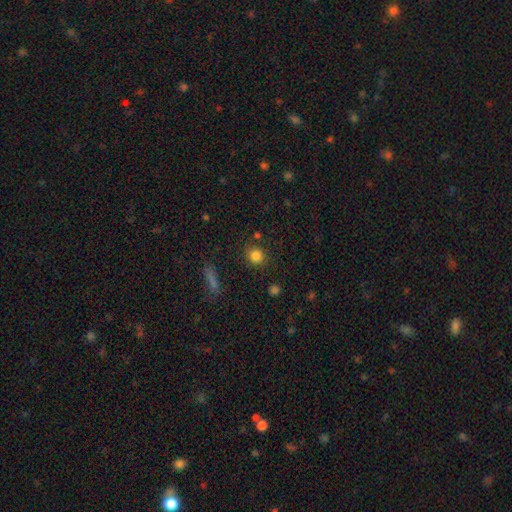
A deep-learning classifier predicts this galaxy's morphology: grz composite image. It shows a smooth galaxy with no disk features (83%) that is round (87%). Merging: none (84%).